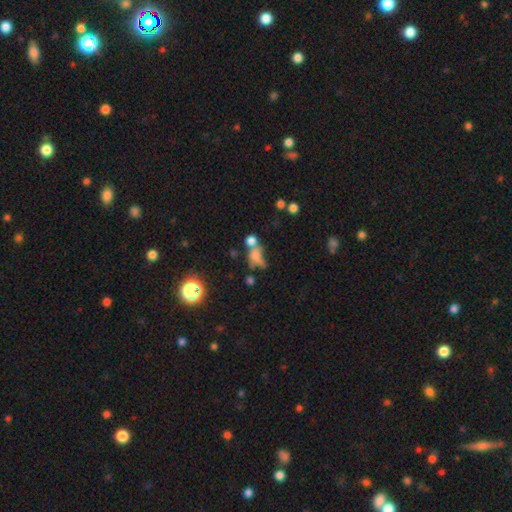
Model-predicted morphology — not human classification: A smooth galaxy with no disk features (59%) that is in between round and cigar-shaped (60%).

Vote fractions:
- Smooth or featured? smooth: 59% / featured or disk: 23% / star or artifact: 18%
- How rounded? in between: 60% / round: 31% / cigar-shaped: 8%
- Merging? merger: 41% / none: 26% / major disturbance: 19% / minor disturbance: 15%